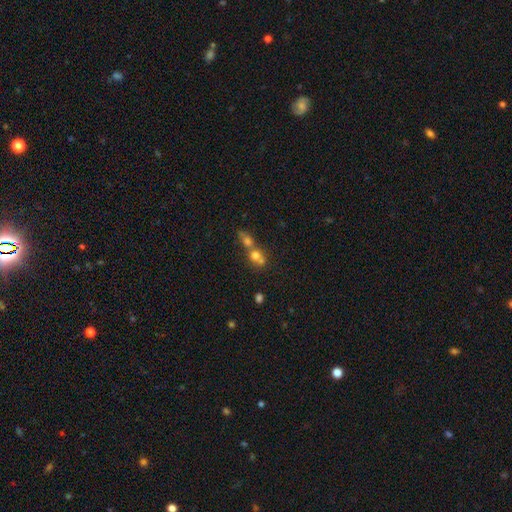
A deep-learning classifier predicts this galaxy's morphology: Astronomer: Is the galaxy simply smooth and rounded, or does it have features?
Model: smooth — 67%.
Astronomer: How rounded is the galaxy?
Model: round — 71%.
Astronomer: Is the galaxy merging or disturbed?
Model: merger — 68%.